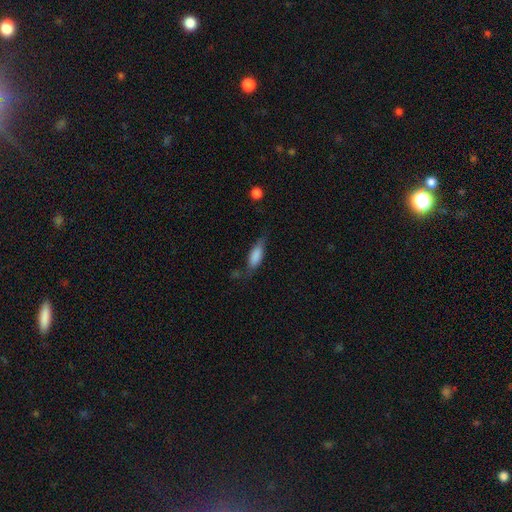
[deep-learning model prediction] smooth 77%, featured or disk 17%, star or artifact 7%. Down the decision tree: how rounded — in between (67%); merging — none (56%).